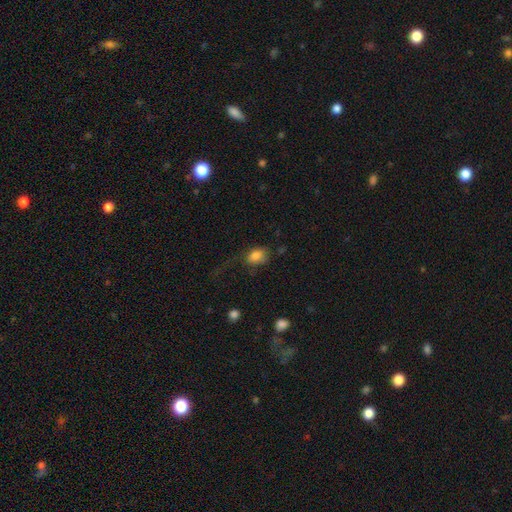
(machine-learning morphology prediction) smooth-or-featured: smooth: 80% | featured or disk: 10% | star or artifact: 10%
  how-rounded: in between: 78% | round: 20% | cigar-shaped: 2%
  merging: none: 45% | major disturbance: 28% | minor disturbance: 24% | merger: 3%